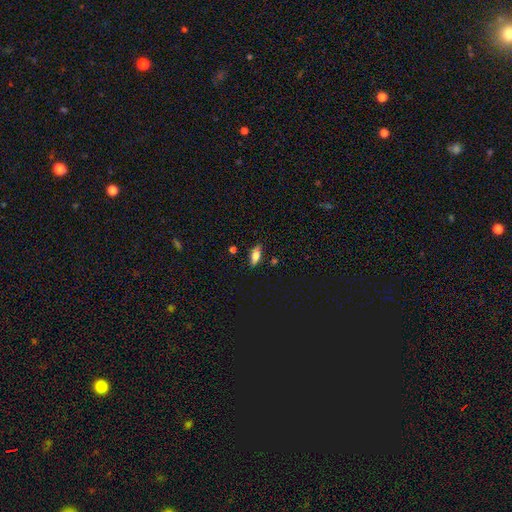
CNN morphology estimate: The model was most divided on "smooth or featured": smooth: 66%, featured or disk: 26%, star or artifact: 8%. More confident: merging — none (84%); how rounded — in between (74%).